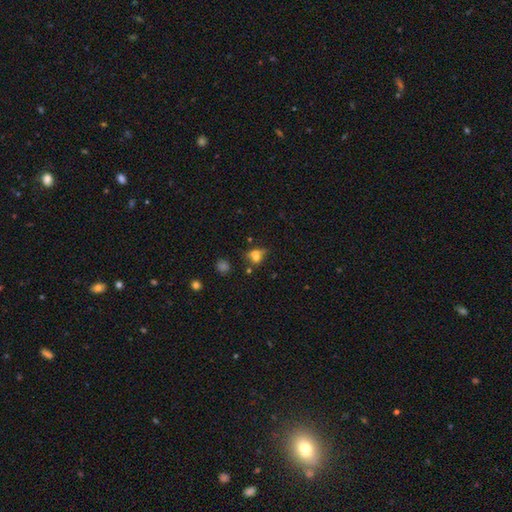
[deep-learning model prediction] The model was most divided on "how rounded": round: 57%, in between: 39%, cigar-shaped: 4%. Remaining: smooth or featured — smooth (63%); merging — none (45%).